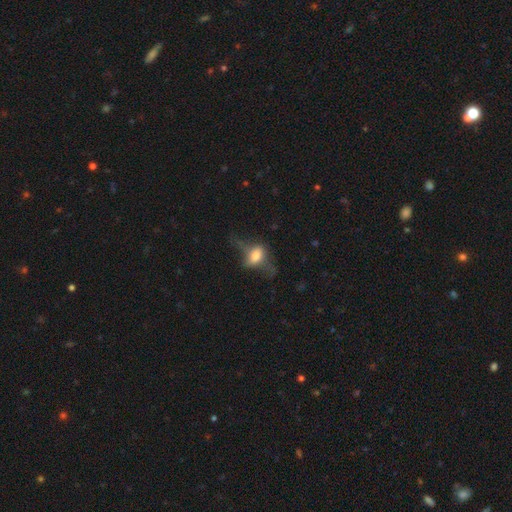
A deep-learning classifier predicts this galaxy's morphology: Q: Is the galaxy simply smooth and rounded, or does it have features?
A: smooth — 50%.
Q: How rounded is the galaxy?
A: in between — 75%.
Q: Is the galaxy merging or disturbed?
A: none — 37%, tied with major disturbance.